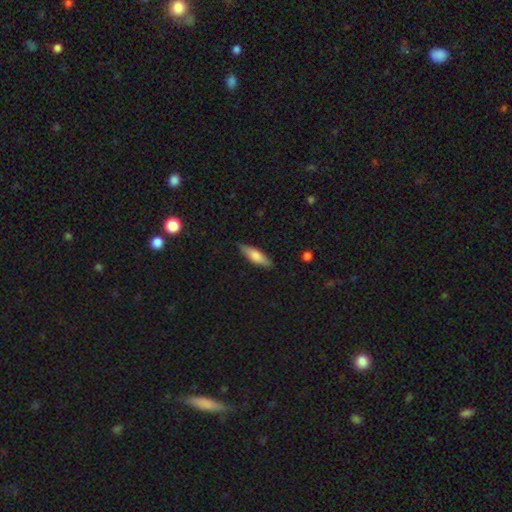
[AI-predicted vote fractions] smooth-or-featured: smooth: 71% | featured or disk: 23% | star or artifact: 6%
  how-rounded: cigar-shaped: 56% | in between: 42% | round: 2%
  merging: none: 86% | minor disturbance: 11% | major disturbance: 2% | merger: 1%